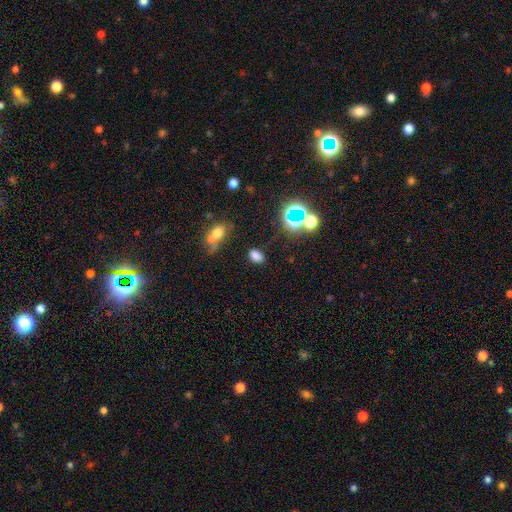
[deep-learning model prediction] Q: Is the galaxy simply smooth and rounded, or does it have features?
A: smooth — 71%.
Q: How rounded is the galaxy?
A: in between — 84%.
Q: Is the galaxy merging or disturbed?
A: none — 75%.